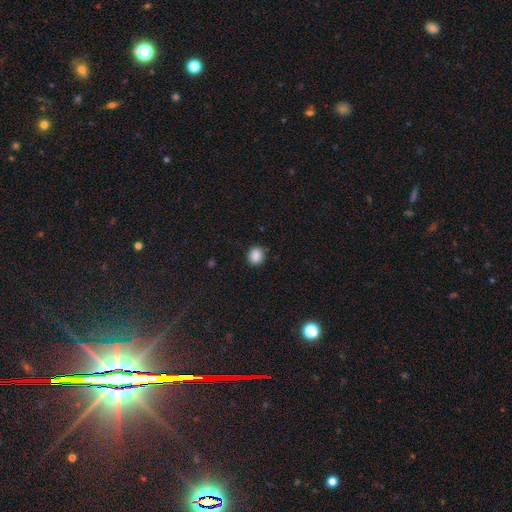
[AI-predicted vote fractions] Morphology: type=smooth (87%); roundness=round (72%); merging=none (87%).